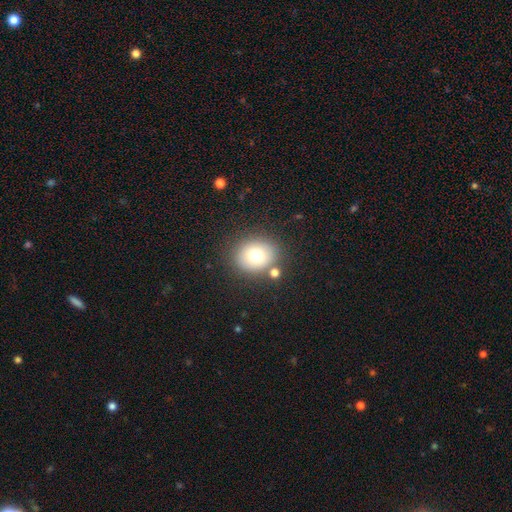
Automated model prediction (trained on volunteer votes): Q: Smooth or featured?
A: smooth (72%); runner-up: featured or disk (15%)
Q: How rounded?
A: round (68%); runner-up: in between (32%)
Q: Merging?
A: none (79%); runner-up: minor disturbance (10%)